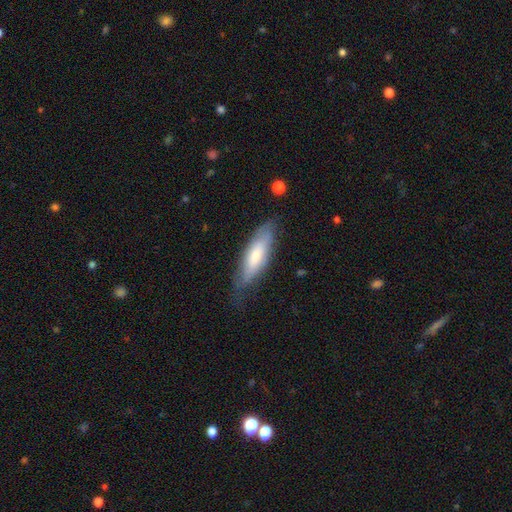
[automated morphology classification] type=smooth (60%); roundness=in between (53%); merging=none (64%).